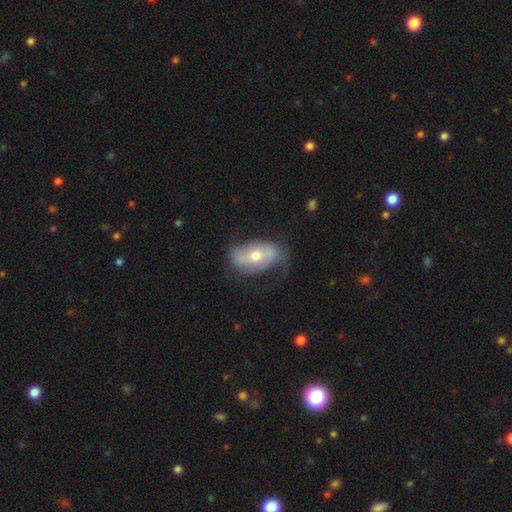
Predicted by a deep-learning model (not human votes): A featured or disk galaxy (48%). Merging: none (64%).